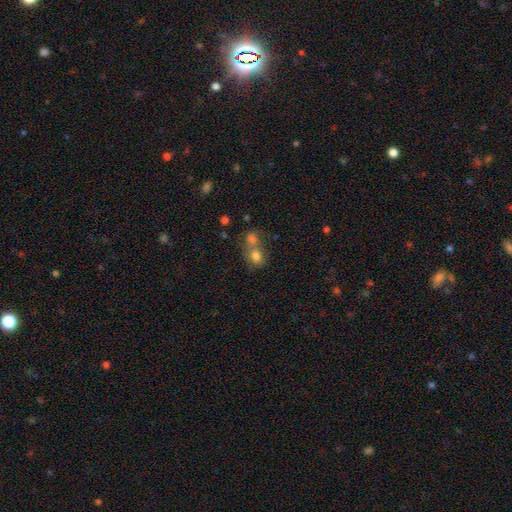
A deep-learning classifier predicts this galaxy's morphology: Smooth or featured: smooth — 77% (featured or disk — 11%)
How rounded: round — 55% (in between — 43%)
Merging: merger — 61% (none — 27%)